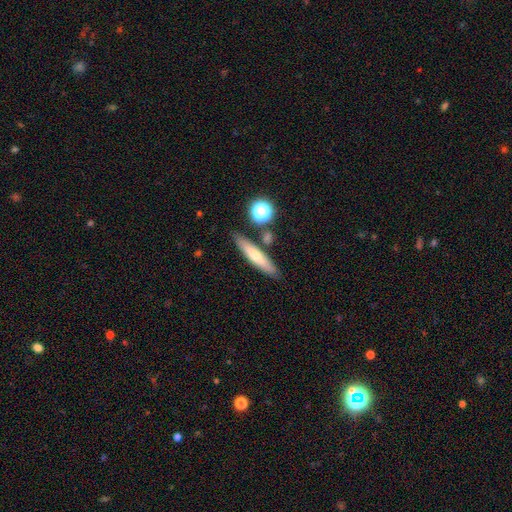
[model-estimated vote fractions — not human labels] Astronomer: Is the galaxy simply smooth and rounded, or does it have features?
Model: smooth — 61%.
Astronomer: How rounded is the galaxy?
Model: cigar-shaped — 85%.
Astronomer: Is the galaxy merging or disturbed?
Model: none — 81%.